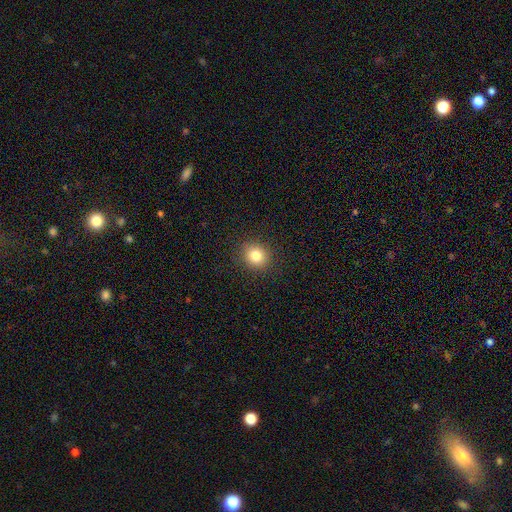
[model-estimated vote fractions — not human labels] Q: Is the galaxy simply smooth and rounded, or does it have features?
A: smooth — 81%.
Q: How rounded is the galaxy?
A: round — 83%.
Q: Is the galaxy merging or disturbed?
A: none — 91%.